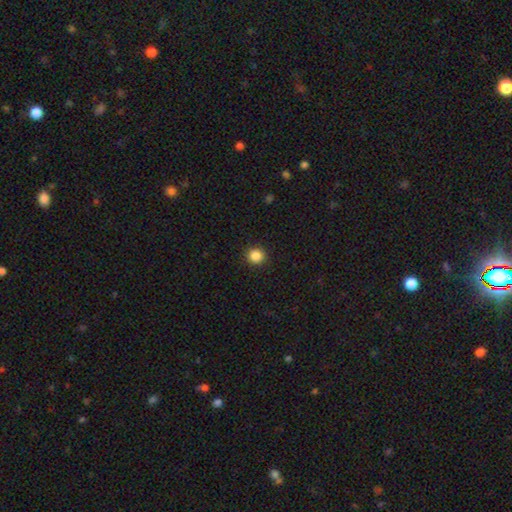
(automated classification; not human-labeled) A smooth galaxy with no disk features (86%) that is round (91%). Merging: none (92%).